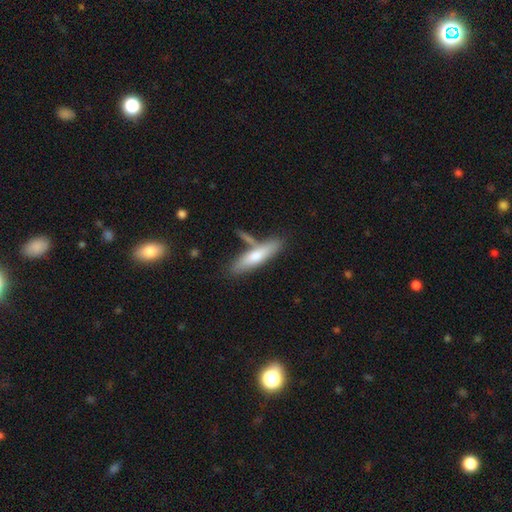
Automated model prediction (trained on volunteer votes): A smooth galaxy with no disk features (64%) that is cigar-shaped (74%).

Vote fractions:
- Smooth or featured? smooth: 64% / featured or disk: 30% / star or artifact: 6%
- How rounded? cigar-shaped: 74% / in between: 24% / round: 2%
- Merging? none: 66% / merger: 16% / minor disturbance: 14% / major disturbance: 4%